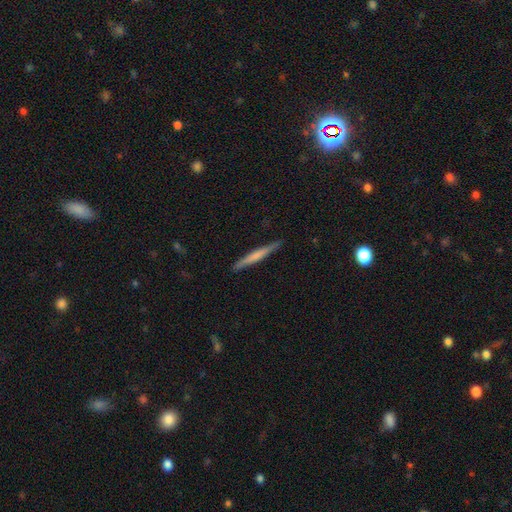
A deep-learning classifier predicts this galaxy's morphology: type=smooth (53%); roundness=cigar-shaped (96%); merging=none (90%).